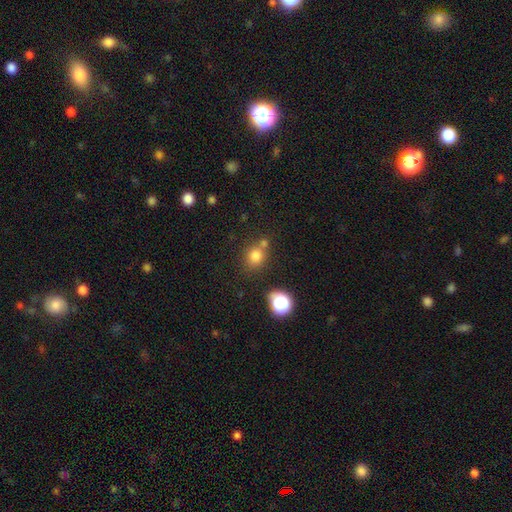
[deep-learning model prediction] smooth_or_featured: smooth (p=0.77) [alt: star or artifact p=0.15]
how_rounded: round (p=0.75) [alt: in between p=0.24]
merging: none (p=0.62) [alt: merger p=0.22]